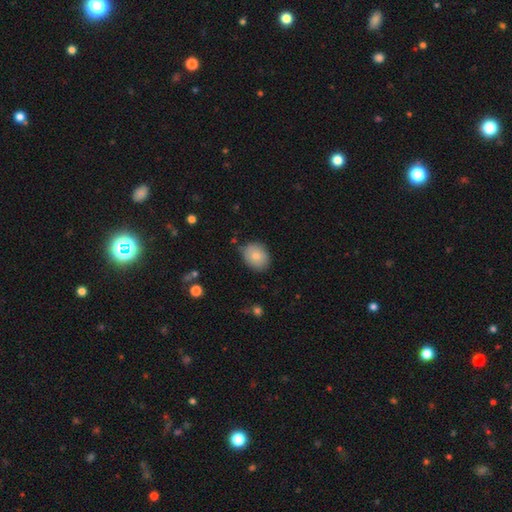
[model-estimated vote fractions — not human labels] Smooth or featured: smooth — 81% (featured or disk — 11%)
How rounded: in between — 51% (round — 48%)
Merging: none — 76% (minor disturbance — 19%)